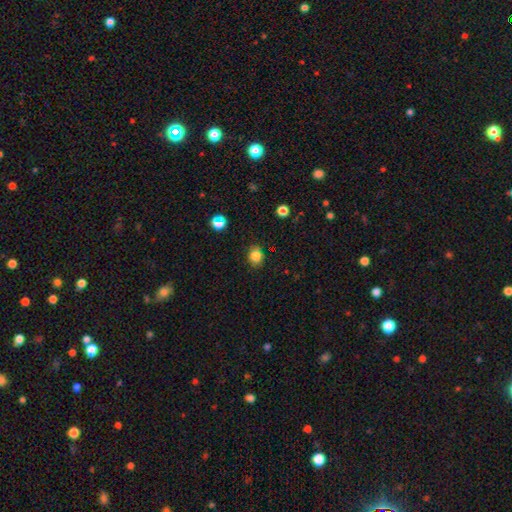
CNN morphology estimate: This is clearly a smooth galaxy (80%). How rounded: likely round (67%). Merging: clearly none (83%).